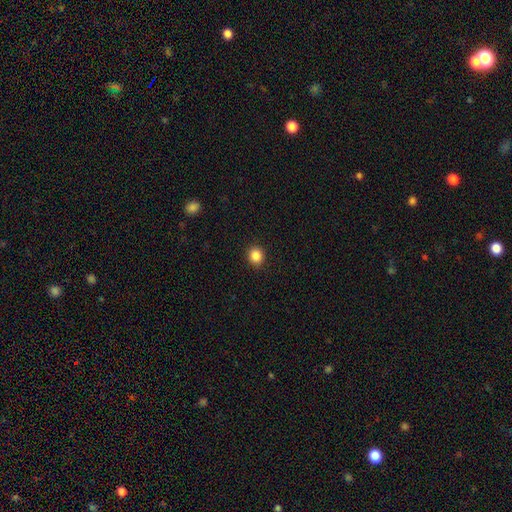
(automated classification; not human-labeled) Smooth or featured? smooth (86%)
How rounded? round (79%)
Merging? none (91%)